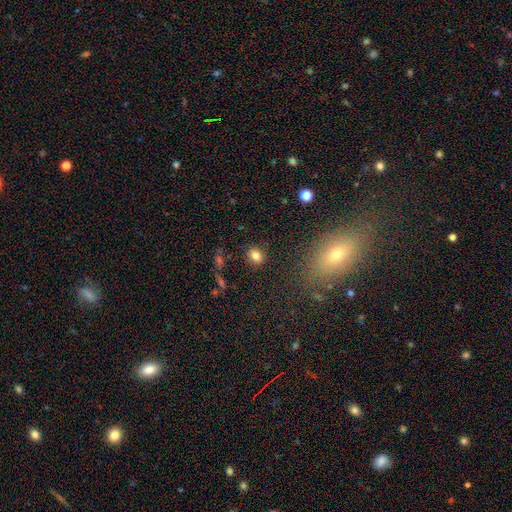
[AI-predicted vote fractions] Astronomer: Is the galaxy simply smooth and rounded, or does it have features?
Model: smooth — 81%.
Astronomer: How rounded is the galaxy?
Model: round — 69%.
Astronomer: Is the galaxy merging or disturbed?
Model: none — 87%.